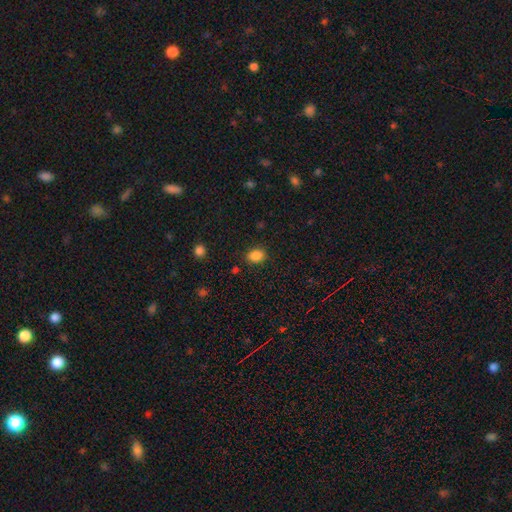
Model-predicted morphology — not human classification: smooth-or-featured: smooth: 86% | star or artifact: 10% | featured or disk: 4%
  how-rounded: in between: 72% | round: 27% | cigar-shaped: 1%
  merging: none: 85% | minor disturbance: 10% | major disturbance: 3% | merger: 2%